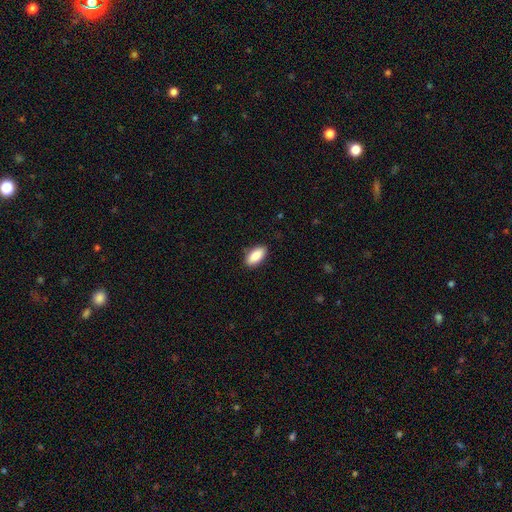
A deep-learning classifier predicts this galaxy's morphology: Overall: smooth (87%). How rounded: in between (90%). Merging: none (87%).